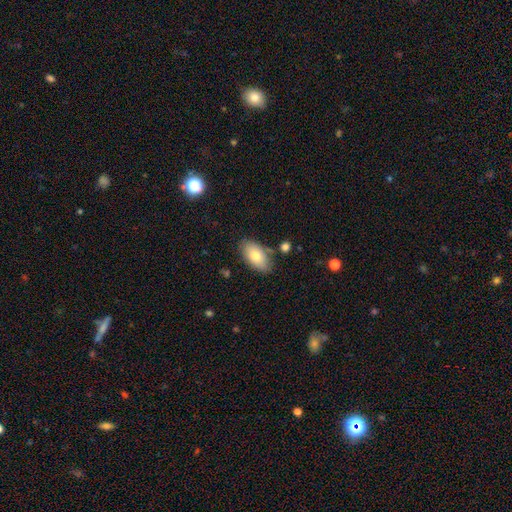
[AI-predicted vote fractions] Smooth or featured: smooth — 76% (featured or disk — 17%)
How rounded: in between — 93% (round — 4%)
Merging: none — 78% (minor disturbance — 14%)